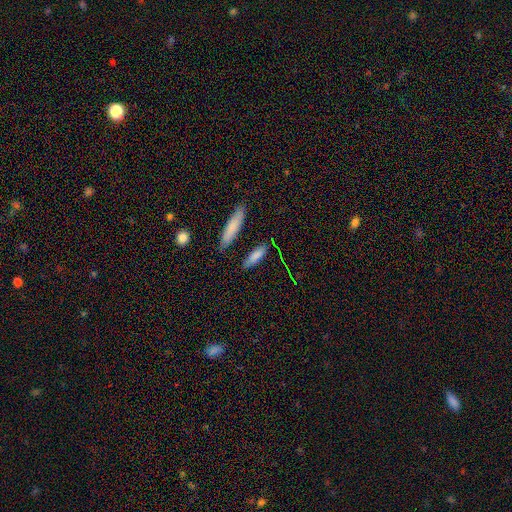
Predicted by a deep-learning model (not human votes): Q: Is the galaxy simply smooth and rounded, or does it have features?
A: smooth — 79%.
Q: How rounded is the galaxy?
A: cigar-shaped — 59%.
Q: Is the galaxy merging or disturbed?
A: none — 81%.